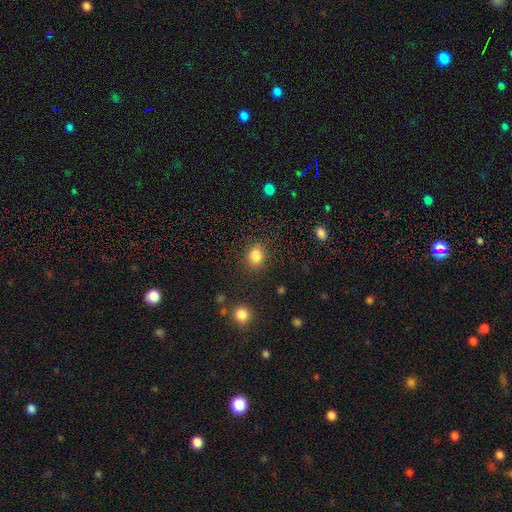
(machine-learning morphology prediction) This is clearly a smooth galaxy (84%). How rounded: possibly round (49%, tied with in between). Merging: clearly none (84%).